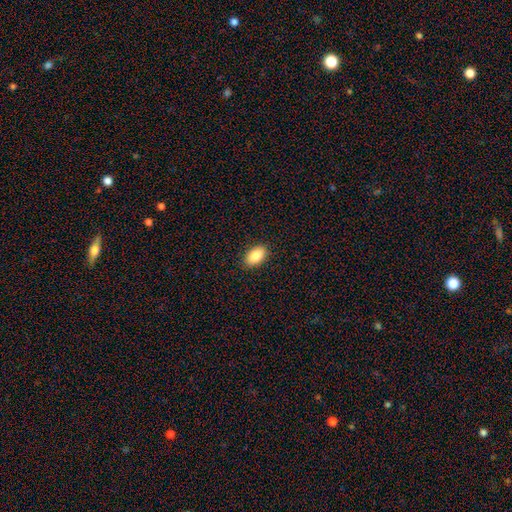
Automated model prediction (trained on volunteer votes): smooth_or_featured: smooth (p=0.88) [alt: star or artifact p=0.07]
how_rounded: in between (p=0.93) [alt: round p=0.06]
merging: none (p=0.90) [alt: minor disturbance p=0.08]